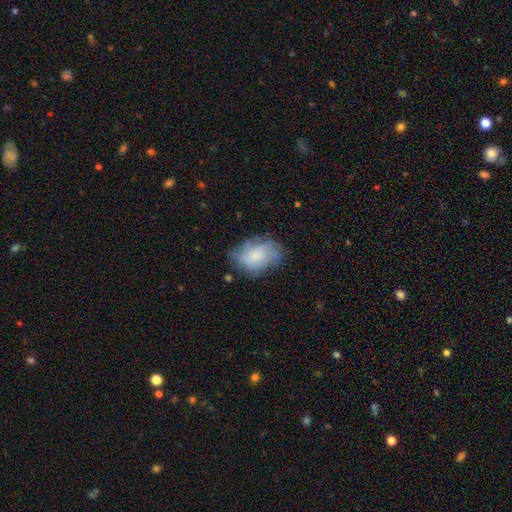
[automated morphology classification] This appears to be a featured or disk galaxy (52%) with no bar (75%), spiral arms (80%) and a small central bulge (48%). Merging: none (66%).